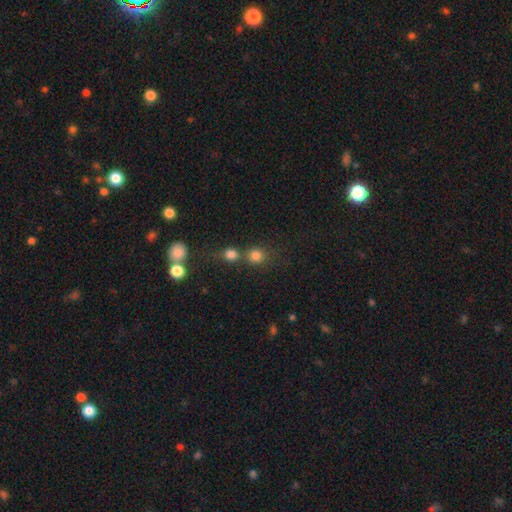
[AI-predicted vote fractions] smooth_or_featured: smooth (p=0.78) [alt: star or artifact p=0.14]
how_rounded: round (p=0.86) [alt: in between p=0.13]
merging: none (p=0.49) [alt: merger p=0.39]